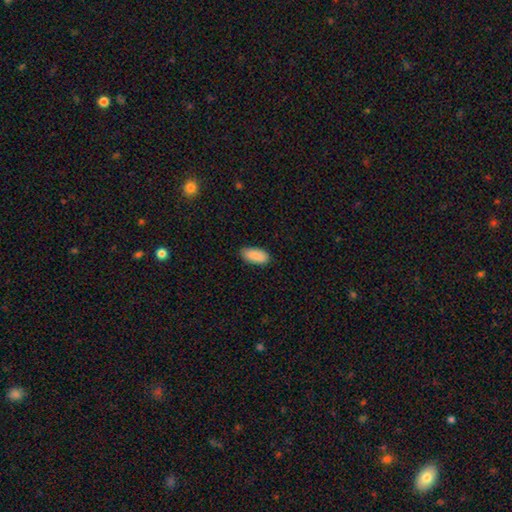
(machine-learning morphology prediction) Overall: smooth (90%). How rounded: in between (91%). Merging: none (85%).